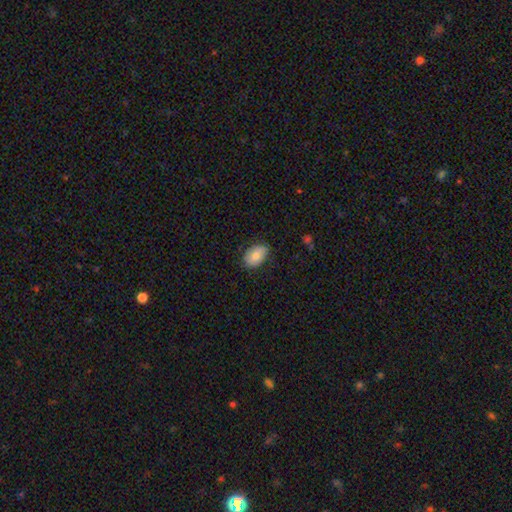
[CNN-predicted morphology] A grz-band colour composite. It shows a smooth galaxy with no disk features (77%) that is in between round and cigar-shaped (87%). Merging: none (75%).